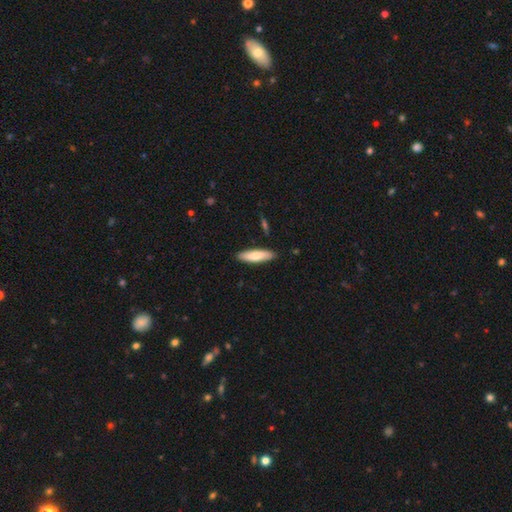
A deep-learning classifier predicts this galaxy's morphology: Smooth or featured: smooth — 76% (featured or disk — 18%)
How rounded: cigar-shaped — 61% (in between — 38%)
Merging: none — 88% (minor disturbance — 9%)